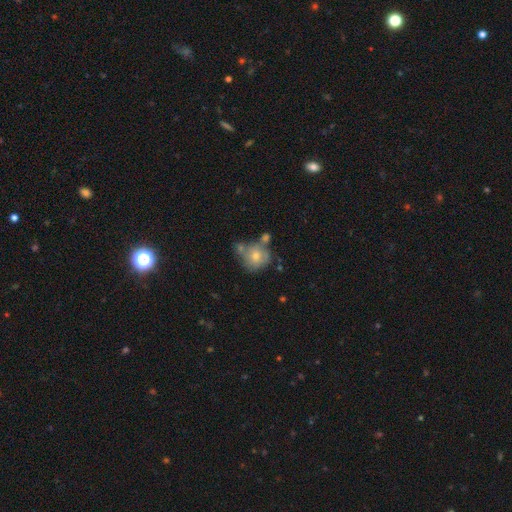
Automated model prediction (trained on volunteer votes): smooth 57%, featured or disk 31%, star or artifact 12%. Down the decision tree: how rounded — round (80%); merging — none (46%).